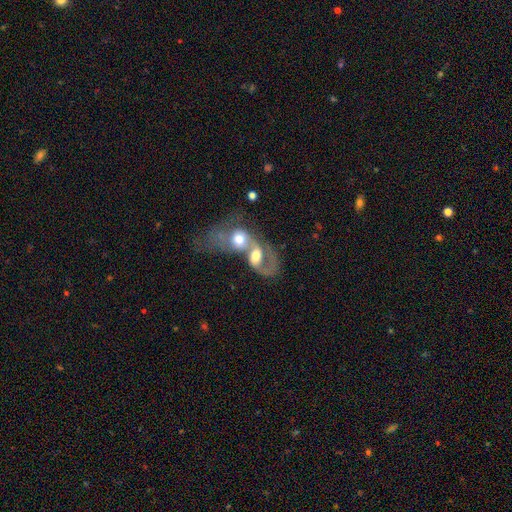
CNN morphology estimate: featured or disk 53%, smooth 39%, star or artifact 8%. Down the decision tree: edge-on disk — no (96%); bar — no (66%); spiral arms — yes (62%); bulge size — moderate (52%); merging — merger (84%).